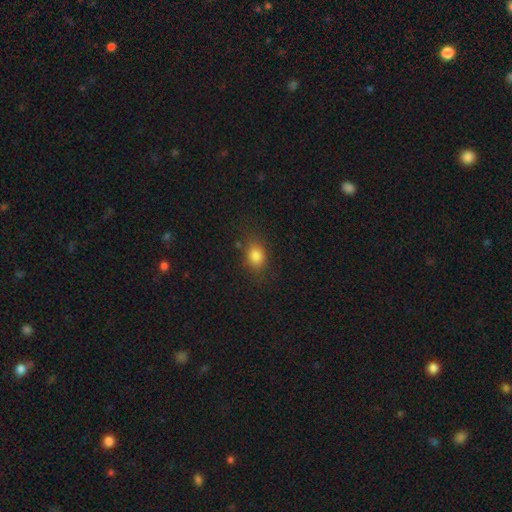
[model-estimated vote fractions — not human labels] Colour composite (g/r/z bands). It shows a smooth galaxy with no disk features (82%) that is in between round and cigar-shaped (60%). Merging: none (76%).